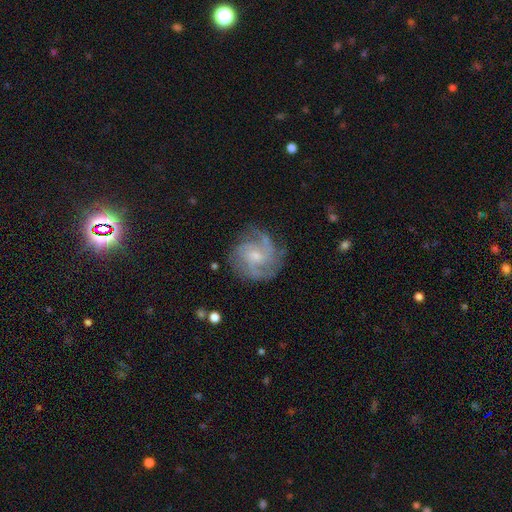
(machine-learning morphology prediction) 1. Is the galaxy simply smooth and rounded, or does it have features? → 82% featured or disk, 12% smooth, 6% star or artifact.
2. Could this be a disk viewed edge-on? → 98% no, 2% yes.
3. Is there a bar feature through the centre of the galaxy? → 54% no, 41% weak, 6% strong.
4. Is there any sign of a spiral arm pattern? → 94% yes, 6% no.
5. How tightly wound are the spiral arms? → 45% medium, 42% tight, 13% loose.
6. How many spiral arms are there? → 35% 3, 22% can't tell, 20% 2, 12% 4, 6% 1, 5% more than 4.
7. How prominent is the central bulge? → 57% small, 33% moderate, 7% none, 2% large, 1% dominant.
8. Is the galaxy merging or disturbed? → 72% none, 18% minor disturbance, 9% major disturbance, 2% merger.